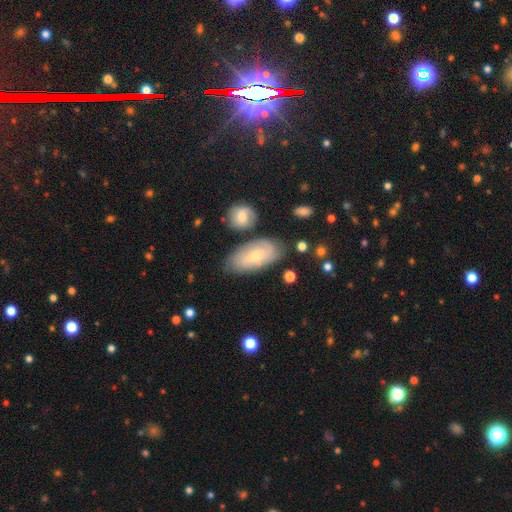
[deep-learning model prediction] A featured or disk galaxy (47%). Merging: none (69%).